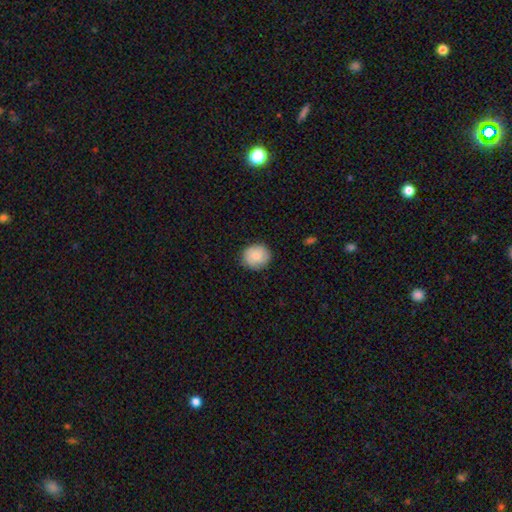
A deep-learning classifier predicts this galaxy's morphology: A smooth galaxy with no disk features (81%) that is round (85%). Merging: none (86%).